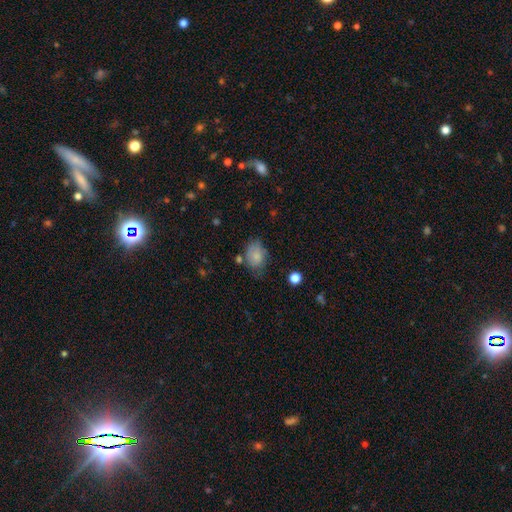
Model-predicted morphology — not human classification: This appears to be a smooth galaxy with no disk features (81%) that is in between round and cigar-shaped (72%). Merging: none (57%).